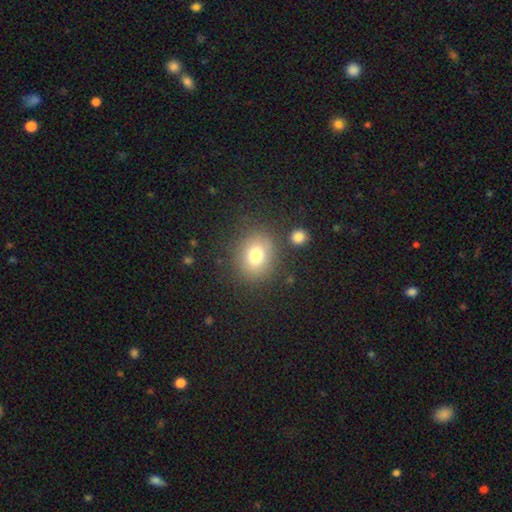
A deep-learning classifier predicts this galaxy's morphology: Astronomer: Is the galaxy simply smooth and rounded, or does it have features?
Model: smooth — 75%.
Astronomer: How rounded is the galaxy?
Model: round — 68%.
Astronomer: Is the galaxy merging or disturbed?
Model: none — 81%.